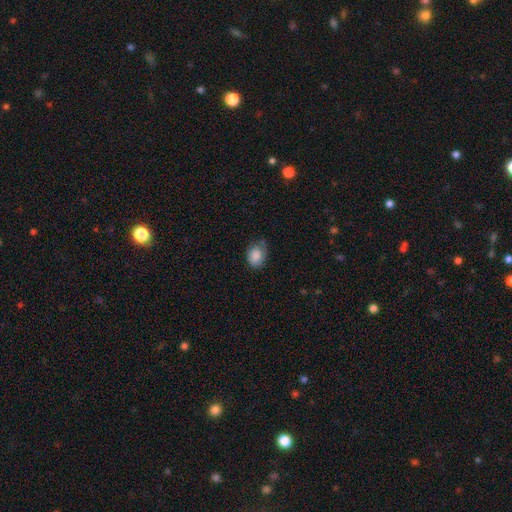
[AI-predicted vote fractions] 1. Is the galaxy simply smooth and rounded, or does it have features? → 83% smooth, 9% featured or disk, 8% star or artifact.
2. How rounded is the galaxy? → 67% in between, 32% round, 1% cigar-shaped.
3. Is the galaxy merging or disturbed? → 56% none, 33% minor disturbance, 9% major disturbance, 2% merger.